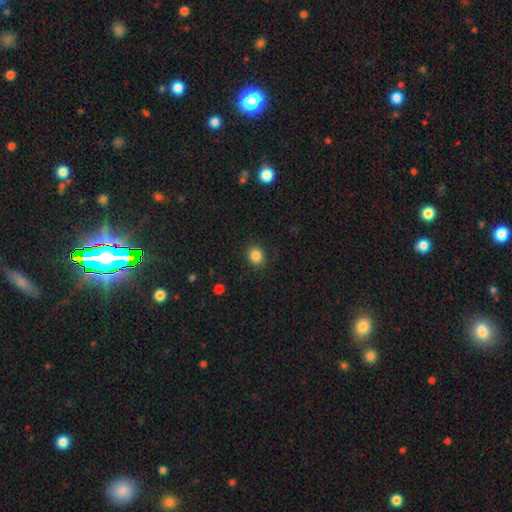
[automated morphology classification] This is clearly a smooth galaxy (85%). How rounded: likely round (77%). Merging: clearly none (88%).